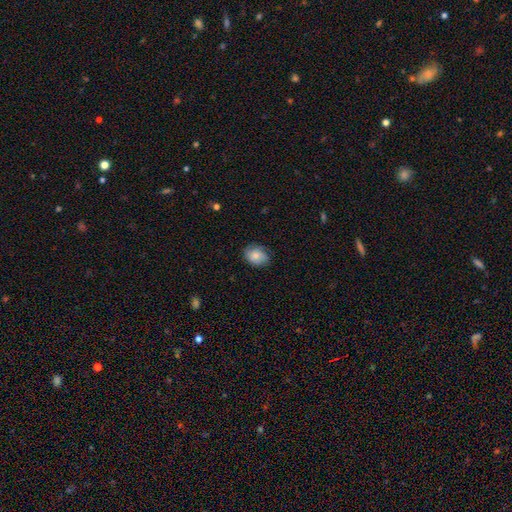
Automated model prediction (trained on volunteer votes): The model was most divided on "how rounded": in between: 58%, round: 41%, cigar-shaped: 1%. More confident: smooth or featured — smooth (81%); merging — none (75%).